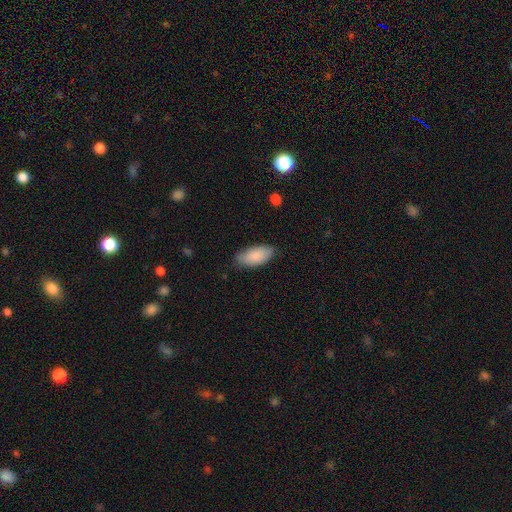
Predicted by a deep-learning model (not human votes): smooth-or-featured: smooth: 86% | featured or disk: 8% | star or artifact: 6%
  how-rounded: in between: 92% | cigar-shaped: 6% | round: 2%
  merging: none: 78% | minor disturbance: 18% | major disturbance: 3% | merger: 1%